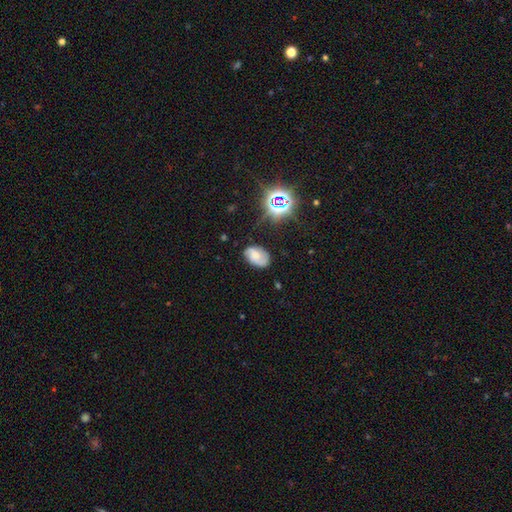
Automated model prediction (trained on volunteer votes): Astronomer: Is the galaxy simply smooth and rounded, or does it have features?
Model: featured or disk — 47% (runner-up: smooth, 39%).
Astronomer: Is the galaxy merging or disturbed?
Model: none — 72%.